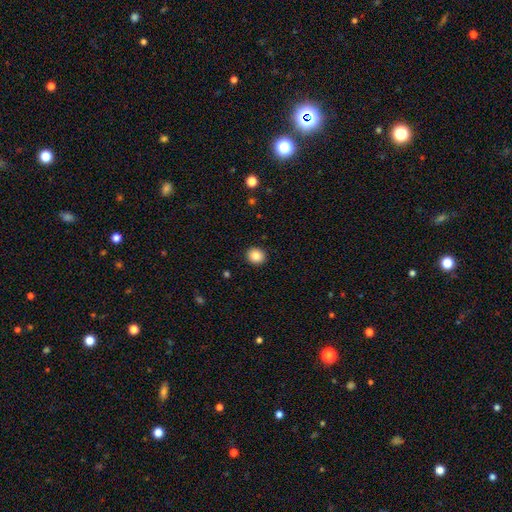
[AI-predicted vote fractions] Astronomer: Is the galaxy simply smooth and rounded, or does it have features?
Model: smooth — 85%.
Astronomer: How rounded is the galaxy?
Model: round — 82%.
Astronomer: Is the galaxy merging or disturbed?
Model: none — 92%.